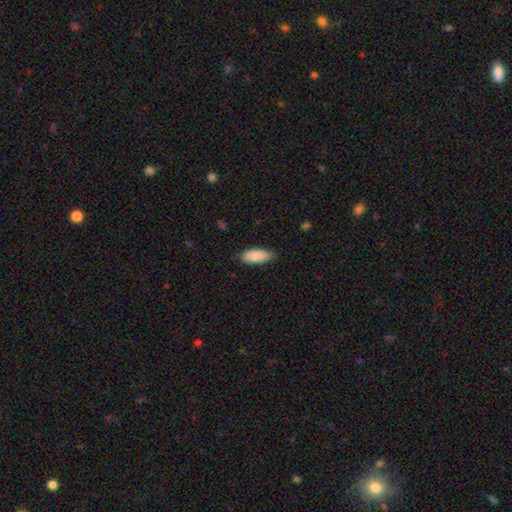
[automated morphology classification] A smooth galaxy with no disk features (88%) that is in between round and cigar-shaped (82%).

Vote fractions:
- Smooth or featured? smooth: 88% / star or artifact: 6% / featured or disk: 6%
- How rounded? in between: 82% / cigar-shaped: 16% / round: 2%
- Merging? none: 82% / minor disturbance: 15% / major disturbance: 2% / merger: 1%